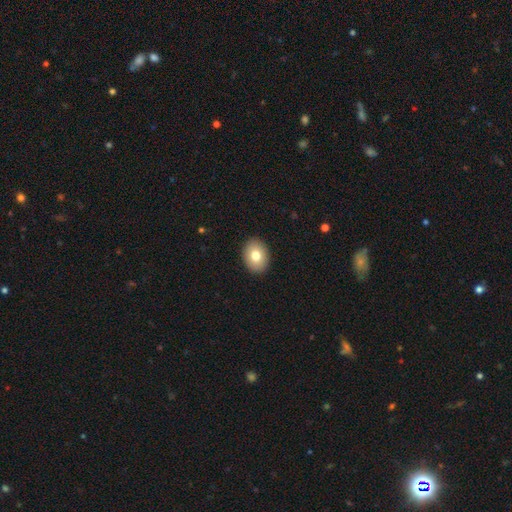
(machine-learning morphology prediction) smooth_or_featured: smooth (p=0.79) [alt: featured or disk p=0.13]
how_rounded: in between (p=0.67) [alt: round p=0.32]
merging: none (p=0.91) [alt: minor disturbance p=0.06]